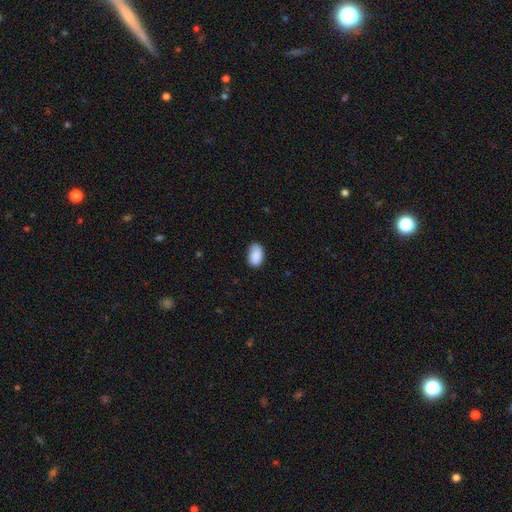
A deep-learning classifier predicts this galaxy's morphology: smooth_or_featured: smooth (p=0.89) [alt: star or artifact p=0.07]
how_rounded: in between (p=0.90) [alt: round p=0.09]
merging: none (p=0.77) [alt: minor disturbance p=0.19]